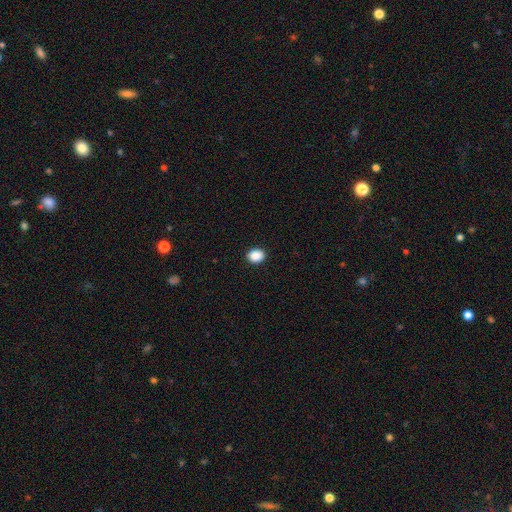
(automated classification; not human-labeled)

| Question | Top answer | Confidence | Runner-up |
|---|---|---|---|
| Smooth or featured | smooth | 89% | star or artifact (9%) |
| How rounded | round | 55% | in between (44%) |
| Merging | none | 91% | minor disturbance (6%) |